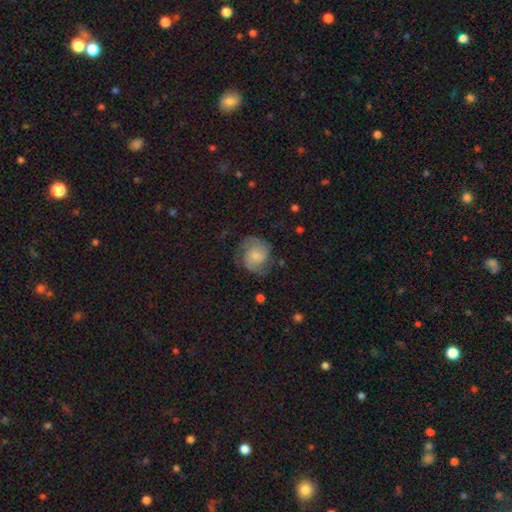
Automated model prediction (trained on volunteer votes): Smooth or featured?
  - featured or disk: 63% *
  - smooth: 29%
  - star or artifact: 8%
Edge-on disk?
  - no: 98% *
  - yes: 2%
Bar?
  - no: 66% *
  - weak: 29%
  - strong: 5%
Spiral arms?
  - yes: 92% *
  - no: 8%
Spiral winding?
  - medium: 46% *
  - tight: 34%
  - loose: 20%
Spiral arm count?
  - 2: 76% *
  - can't tell: 11%
  - 3: 6%
  - 1: 3%
  - 4: 2%
  - more than 4: 2%
Bulge size?
  - small: 40% *
  - moderate: 28%
  - none: 18%
  - large: 11%
  - dominant: 3%
Merging?
  - none: 66% *
  - minor disturbance: 20%
  - major disturbance: 13%
  - merger: 1%